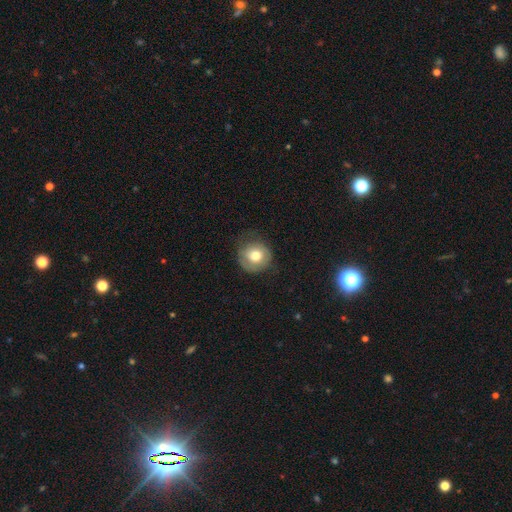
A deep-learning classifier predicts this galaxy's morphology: A smooth galaxy with no disk features (69%) that is round (88%).

Vote fractions:
- Smooth or featured? smooth: 69% / featured or disk: 22% / star or artifact: 8%
- How rounded? round: 88% / in between: 11% / cigar-shaped: 1%
- Merging? none: 69% / minor disturbance: 21% / major disturbance: 8% / merger: 1%